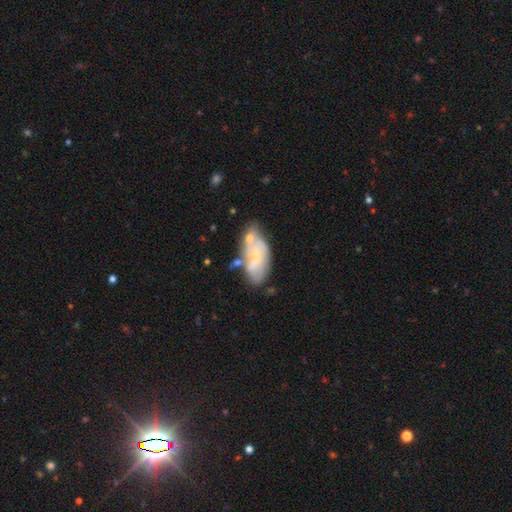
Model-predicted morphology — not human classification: Q: Smooth or featured?
A: featured or disk (61%); runner-up: smooth (31%)
Q: Edge-on disk?
A: no (93%); runner-up: yes (7%)
Q: Bar?
A: no (42%); runner-up: weak (40%)
Q: Spiral arms?
A: yes (63%); runner-up: no (37%)
Q: Bulge size?
A: small (58%); runner-up: none (21%)
Q: Merging?
A: none (42%); runner-up: minor disturbance (26%)